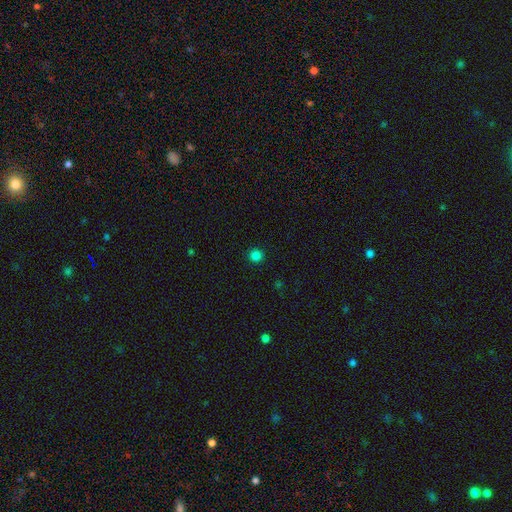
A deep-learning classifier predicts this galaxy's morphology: Smooth or featured?
  - smooth: 83% *
  - star or artifact: 15%
  - featured or disk: 3%
How rounded?
  - round: 95% *
  - in between: 4%
  - cigar-shaped: 1%
Merging?
  - none: 93% *
  - minor disturbance: 4%
  - major disturbance: 2%
  - merger: 1%